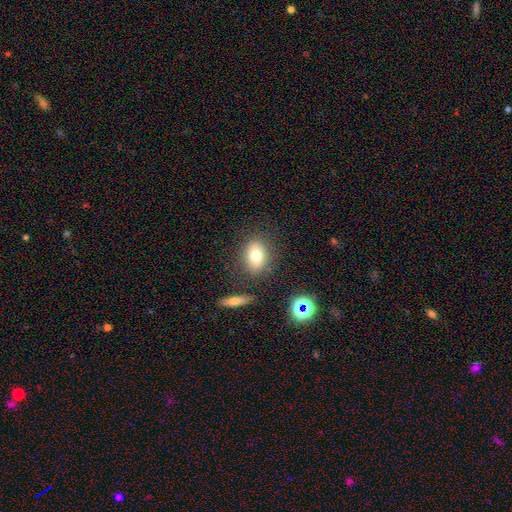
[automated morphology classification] A smooth galaxy with no disk features (74%) that is in between round and cigar-shaped (63%). Merging: none (78%).